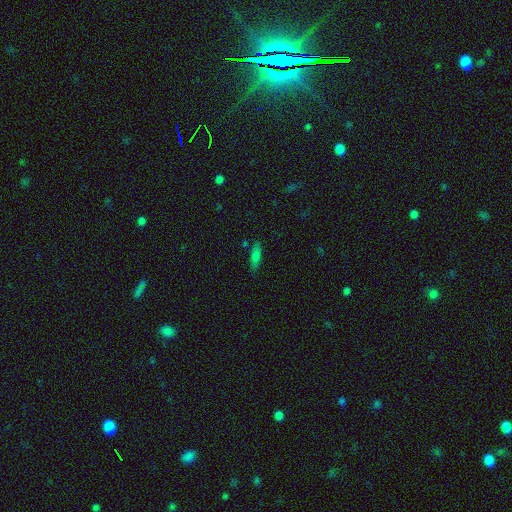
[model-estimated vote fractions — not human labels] This is likely a smooth galaxy (70%). How rounded: possibly cigar-shaped (58%). Merging: clearly none (81%).